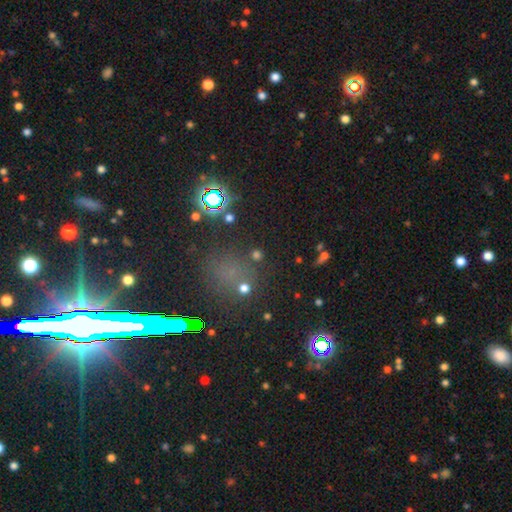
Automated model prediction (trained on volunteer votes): This is possibly a star or artifact rather than a galaxy (52%).